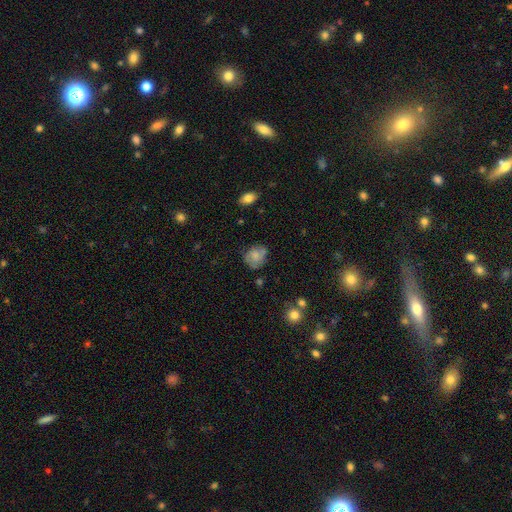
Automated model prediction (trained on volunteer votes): A smooth galaxy with no disk features (62%) that is round (63%). Merging: none (61%).